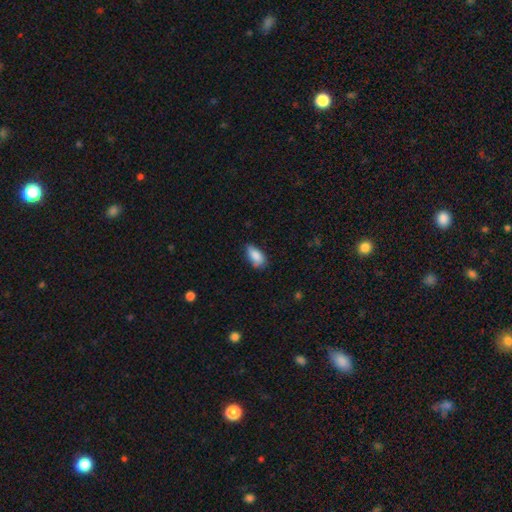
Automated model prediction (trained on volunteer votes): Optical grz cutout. It shows a smooth galaxy with no disk features (86%) that is in between round and cigar-shaped (90%). Merging: none (70%).